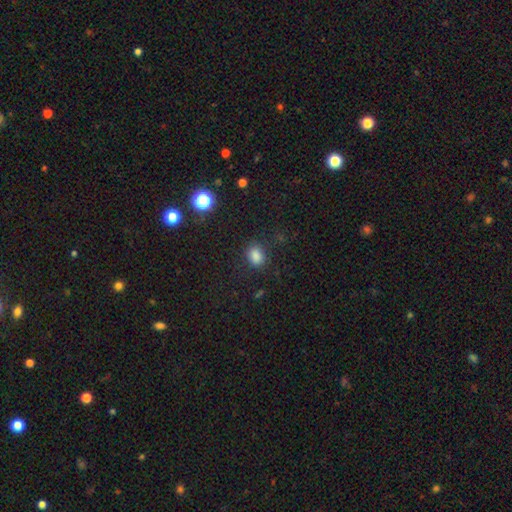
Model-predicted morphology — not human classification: A smooth galaxy with no disk features (80%) that is in between round and cigar-shaped (58%).

Vote fractions:
- Smooth or featured? smooth: 80% / star or artifact: 15% / featured or disk: 5%
- How rounded? in between: 58% / round: 41% / cigar-shaped: 1%
- Merging? none: 78% / minor disturbance: 14% / major disturbance: 5% / merger: 2%